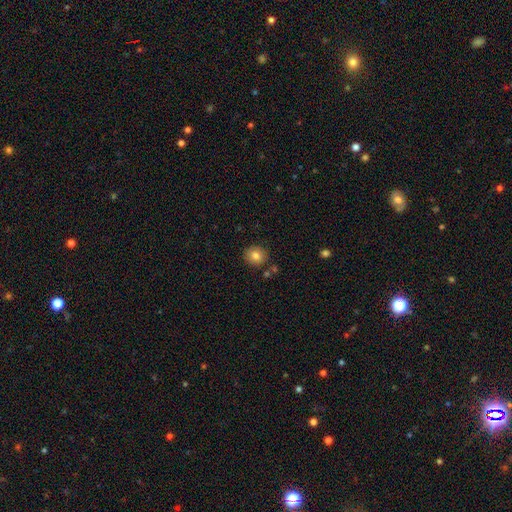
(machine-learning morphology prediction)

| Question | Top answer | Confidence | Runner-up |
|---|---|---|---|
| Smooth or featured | smooth | 82% | star or artifact (10%) |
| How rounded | round | 85% | in between (14%) |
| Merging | none | 85% | minor disturbance (9%) |